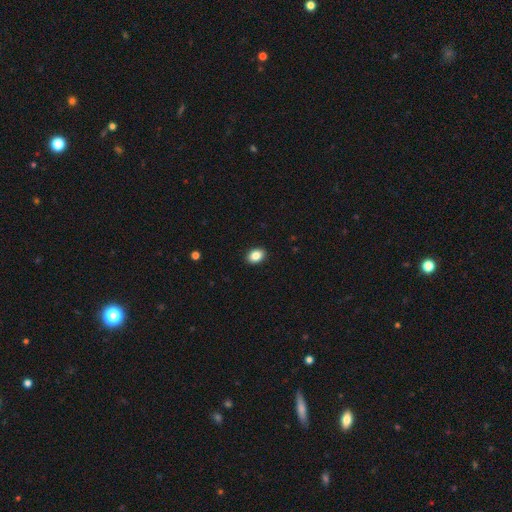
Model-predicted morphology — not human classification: smooth-or-featured: smooth: 86% | star or artifact: 9% | featured or disk: 5%
  how-rounded: in between: 74% | round: 25% | cigar-shaped: 1%
  merging: none: 91% | minor disturbance: 6% | major disturbance: 2% | merger: 1%